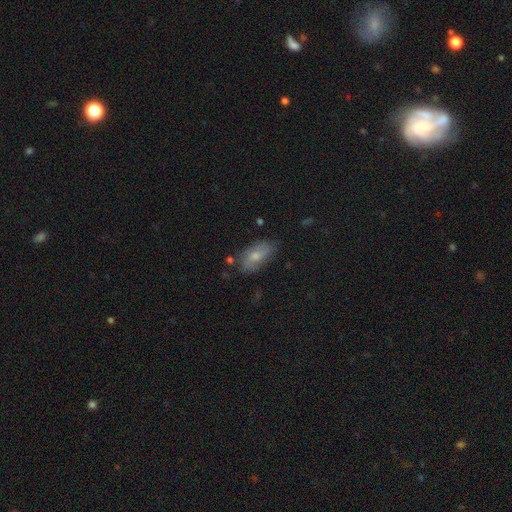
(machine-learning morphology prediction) Smooth or featured? Predicted: smooth (p=0.61). How rounded? Predicted: in between (p=0.88). Merging? Predicted: none (p=0.70).